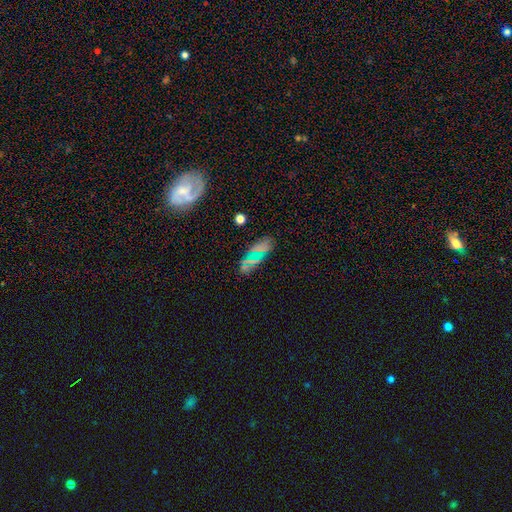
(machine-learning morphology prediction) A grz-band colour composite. It shows a smooth galaxy with no disk features (43%). Merging: none (68%).